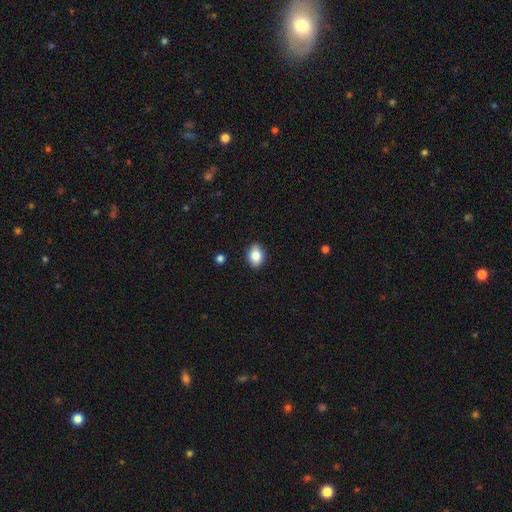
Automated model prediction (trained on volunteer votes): Q: Smooth or featured?
A: smooth (83%); runner-up: featured or disk (8%)
Q: How rounded?
A: in between (72%); runner-up: round (27%)
Q: Merging?
A: none (89%); runner-up: minor disturbance (8%)